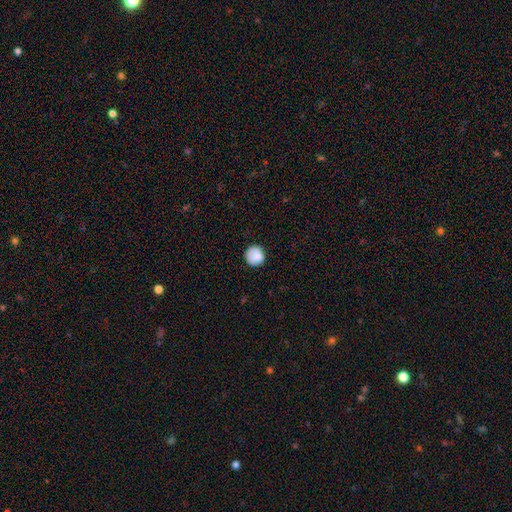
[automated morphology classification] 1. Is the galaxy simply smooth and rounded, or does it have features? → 80% smooth, 12% featured or disk, 8% star or artifact.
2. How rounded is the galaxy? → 89% round, 10% in between, 1% cigar-shaped.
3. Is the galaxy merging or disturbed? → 77% none, 16% minor disturbance, 4% major disturbance, 2% merger.